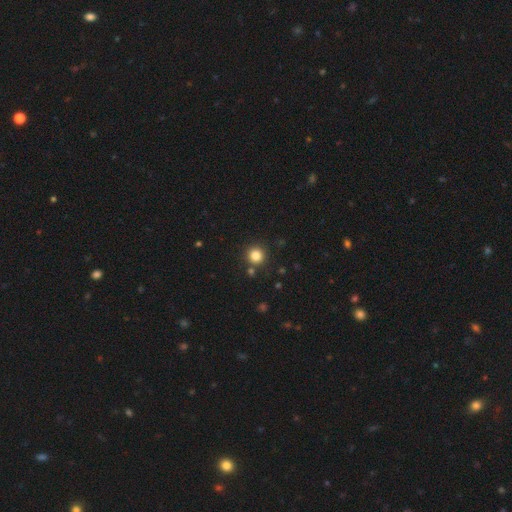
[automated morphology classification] A smooth galaxy with no disk features (83%) that is round (94%).

Vote fractions:
- Smooth or featured? smooth: 83% / star or artifact: 13% / featured or disk: 5%
- How rounded? round: 94% / in between: 5% / cigar-shaped: 1%
- Merging? none: 85% / minor disturbance: 7% / merger: 6% / major disturbance: 2%